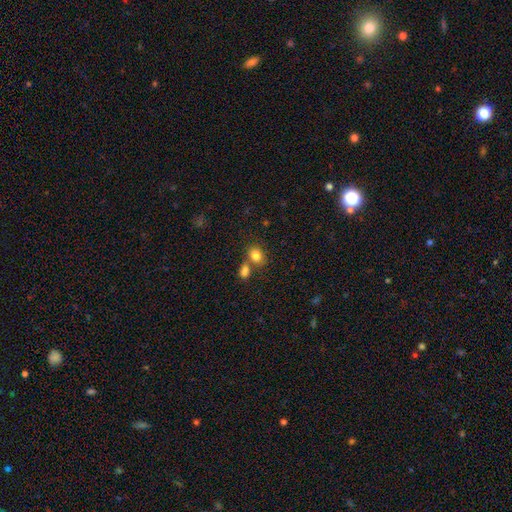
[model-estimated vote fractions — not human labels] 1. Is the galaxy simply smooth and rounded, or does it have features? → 83% smooth, 10% star or artifact, 7% featured or disk.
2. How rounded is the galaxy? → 55% in between, 44% round, 1% cigar-shaped.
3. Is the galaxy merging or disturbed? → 54% none, 32% merger, 10% minor disturbance, 4% major disturbance.